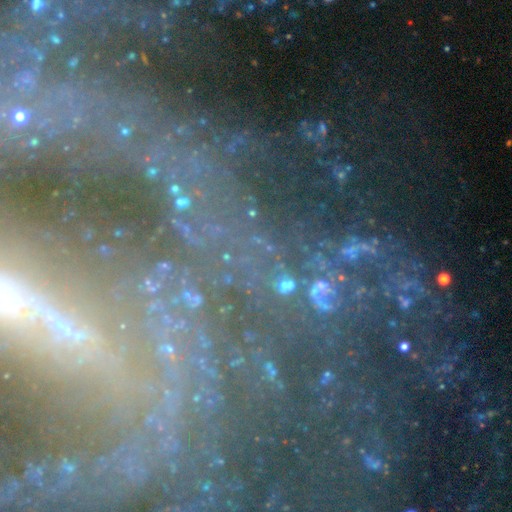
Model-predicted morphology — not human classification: This is possibly a star or artifact rather than a galaxy (54%).